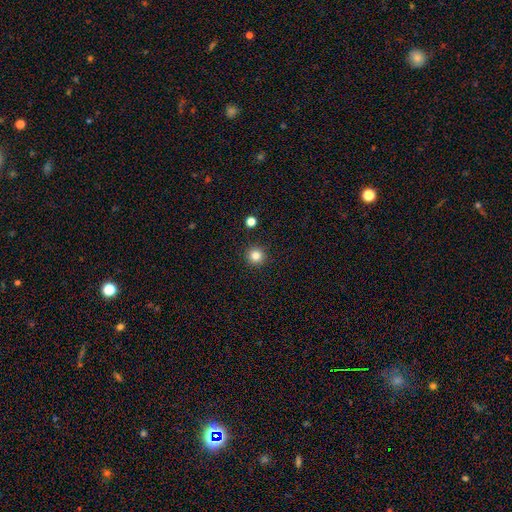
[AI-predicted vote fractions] The model was most divided on "smooth or featured": smooth: 83%, star or artifact: 12%, featured or disk: 5%. More confident: how rounded — round (96%); merging — none (92%).